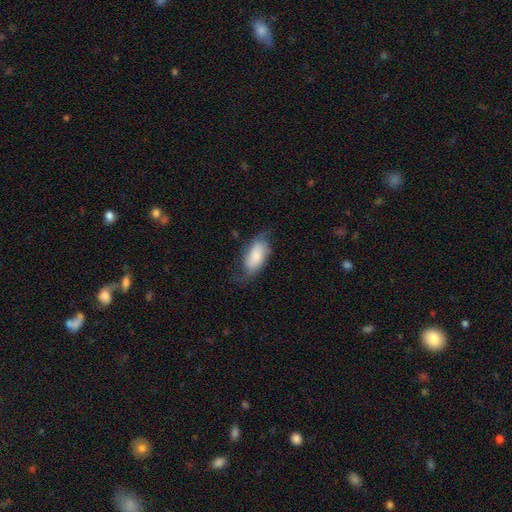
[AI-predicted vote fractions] This appears to be a smooth galaxy with no disk features (72%) that is in between round and cigar-shaped (91%). Merging: none (54%).